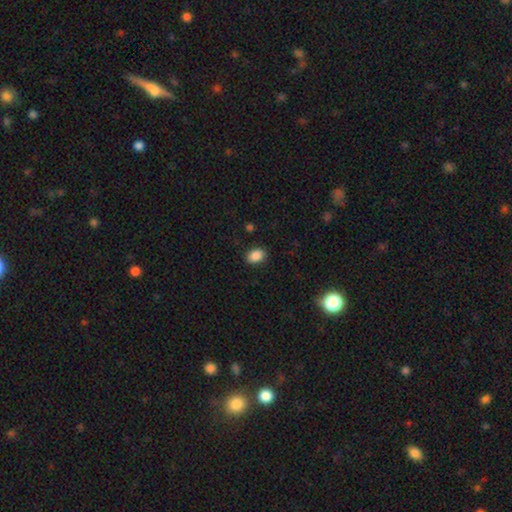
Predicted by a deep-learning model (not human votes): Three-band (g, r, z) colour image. It shows a smooth galaxy with no disk features (88%) that is in between round and cigar-shaped (77%). Merging: none (88%).